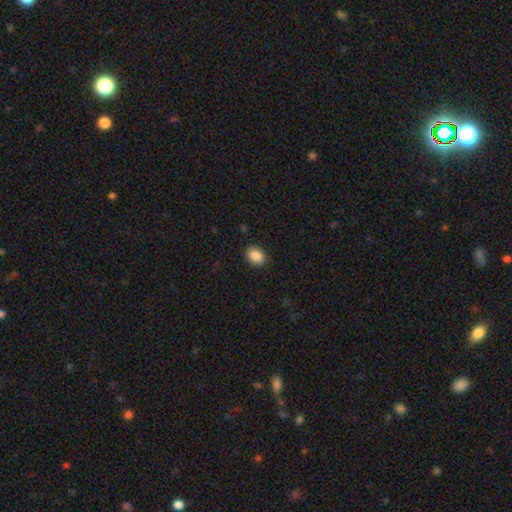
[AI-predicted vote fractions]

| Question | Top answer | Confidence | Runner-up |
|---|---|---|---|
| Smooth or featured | smooth | 89% | star or artifact (8%) |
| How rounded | in between | 74% | round (25%) |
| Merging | none | 88% | minor disturbance (9%) |